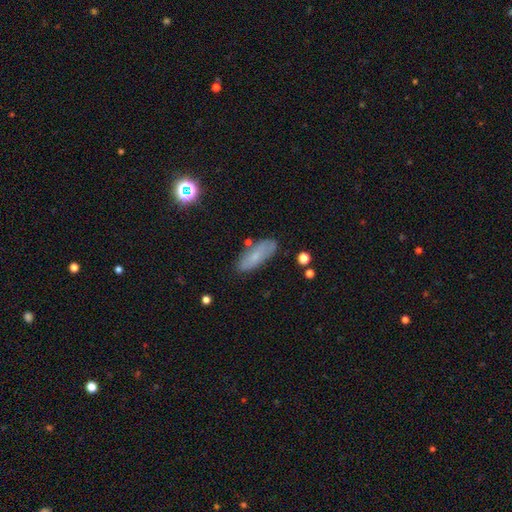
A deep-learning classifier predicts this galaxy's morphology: A smooth galaxy with no disk features (67%) that is in between round and cigar-shaped (66%). Merging: none (74%).